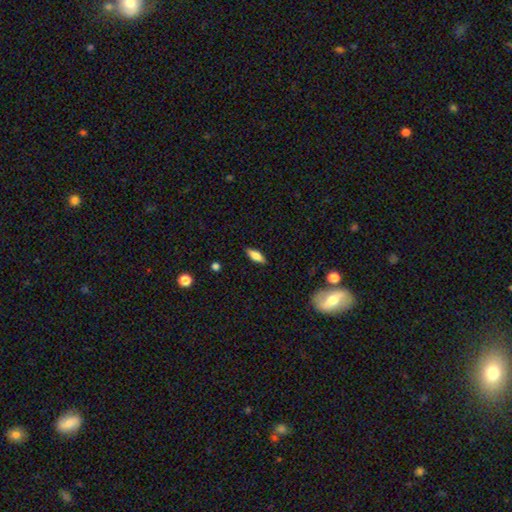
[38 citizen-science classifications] A smooth galaxy with no disk features (87%) that is in between round and cigar-shaped (73%).

Vote fractions:
- Smooth or featured? smooth: 87% / featured or disk: 13% / star or artifact: 0%
- How rounded? in between: 73% / cigar-shaped: 24% / round: 3%
- Merging? none: 82% / minor disturbance: 11% / major disturbance: 5% / merger: 3%